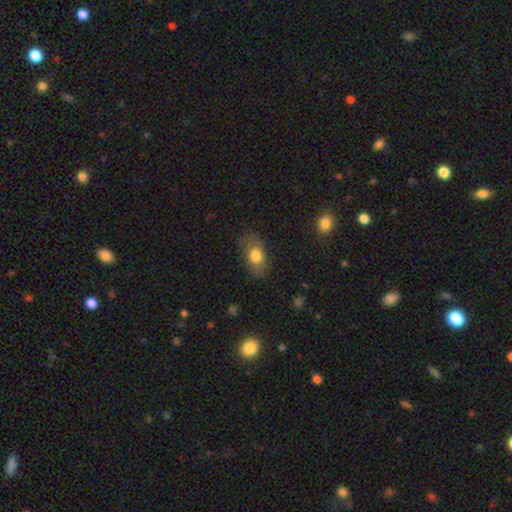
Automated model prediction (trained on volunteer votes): A smooth galaxy with no disk features (73%) that is in between round and cigar-shaped (82%).

Vote fractions:
- Smooth or featured? smooth: 73% / featured or disk: 19% / star or artifact: 9%
- How rounded? in between: 82% / round: 15% / cigar-shaped: 4%
- Merging? none: 74% / minor disturbance: 18% / major disturbance: 7% / merger: 1%